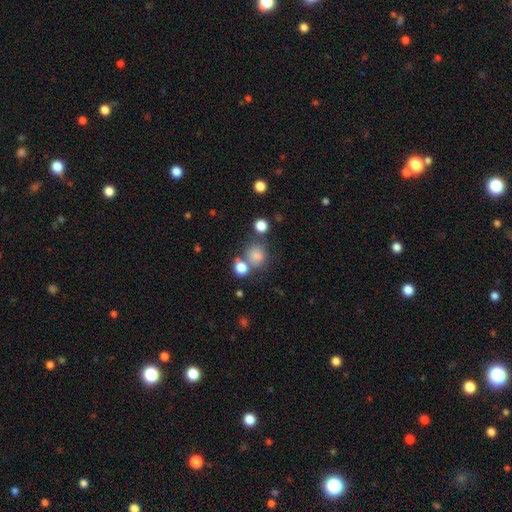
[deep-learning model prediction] This appears to be a smooth galaxy with no disk features (78%) that is round (78%). Merging: none (60%).